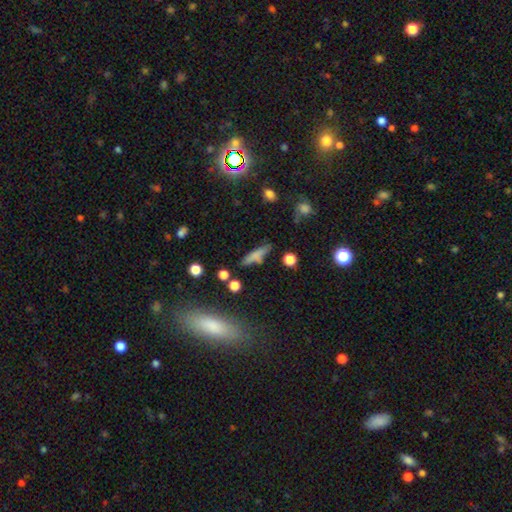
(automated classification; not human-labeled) A smooth galaxy with no disk features (67%) that is cigar-shaped (73%).

Vote fractions:
- Smooth or featured? smooth: 67% / featured or disk: 22% / star or artifact: 11%
- How rounded? cigar-shaped: 73% / in between: 24% / round: 3%
- Merging? none: 67% / minor disturbance: 19% / merger: 8% / major disturbance: 6%